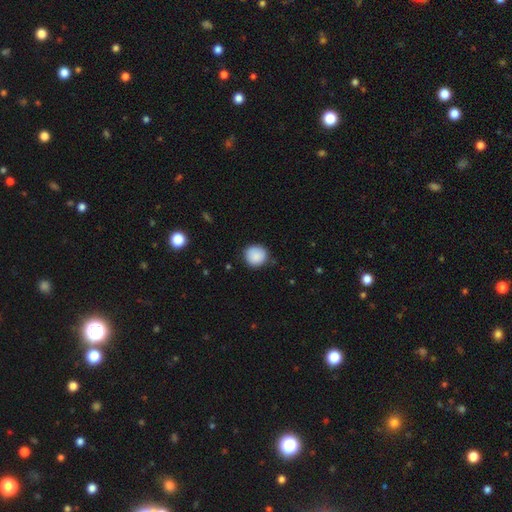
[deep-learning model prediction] This appears to be a smooth galaxy with no disk features (88%) that is round (92%). Merging: none (85%).